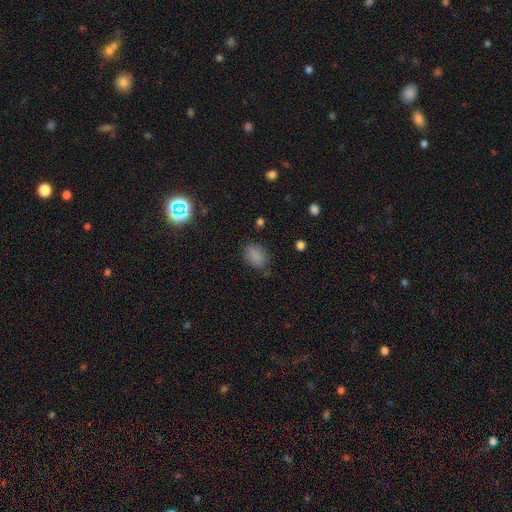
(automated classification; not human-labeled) A smooth galaxy with no disk features (84%) that is in between round and cigar-shaped (68%). Merging: none (77%).